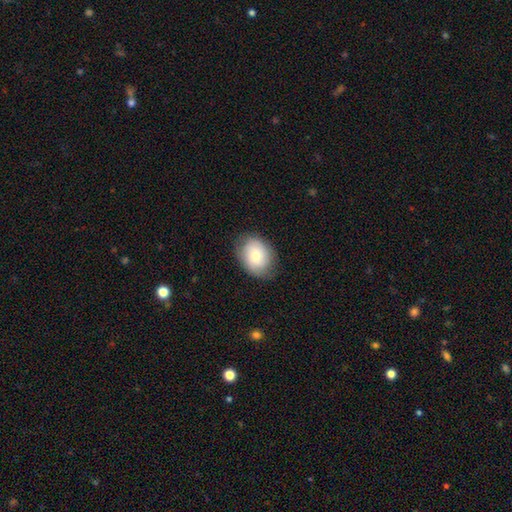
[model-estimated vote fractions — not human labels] Smooth or featured: smooth — 67% (featured or disk — 25%)
How rounded: in between — 64% (round — 35%)
Merging: none — 78% (minor disturbance — 17%)